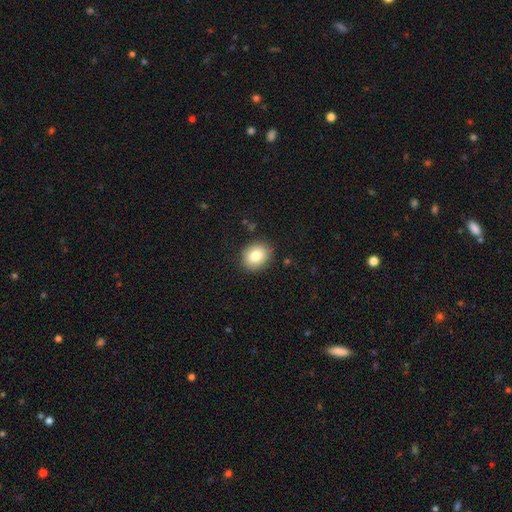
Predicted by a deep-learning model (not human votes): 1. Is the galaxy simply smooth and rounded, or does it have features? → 82% smooth, 9% featured or disk, 9% star or artifact.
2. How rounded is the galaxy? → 55% round, 44% in between, 1% cigar-shaped.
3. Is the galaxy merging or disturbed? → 87% none, 9% minor disturbance, 3% major disturbance, 1% merger.